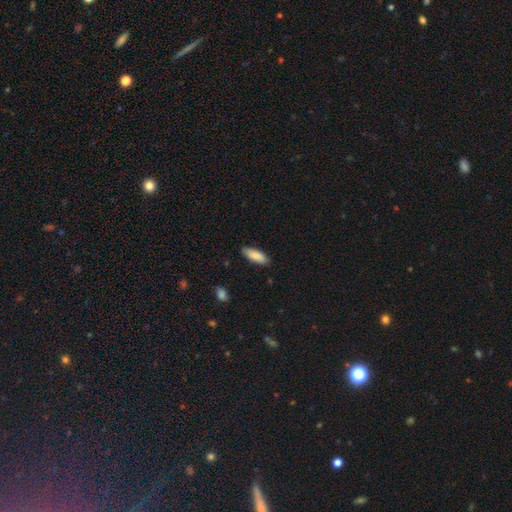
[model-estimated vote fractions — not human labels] A smooth galaxy with no disk features (86%) that is in between round and cigar-shaped (65%).

Vote fractions:
- Smooth or featured? smooth: 86% / featured or disk: 8% / star or artifact: 6%
- How rounded? in between: 65% / cigar-shaped: 33% / round: 2%
- Merging? none: 84% / minor disturbance: 13% / major disturbance: 2% / merger: 1%